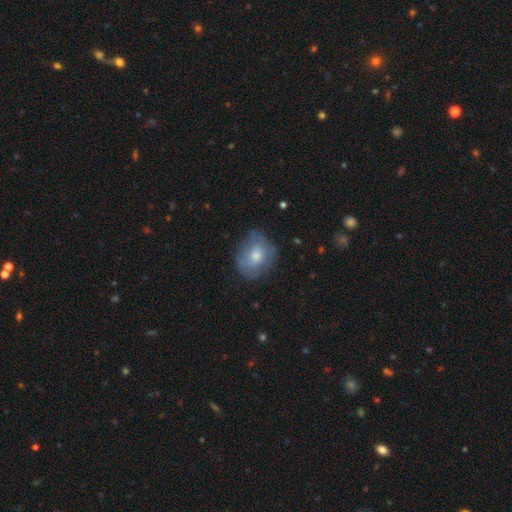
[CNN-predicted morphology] smooth_or_featured: smooth (p=0.61) [alt: featured or disk p=0.31]
how_rounded: round (p=0.58) [alt: in between p=0.41]
merging: none (p=0.60) [alt: minor disturbance p=0.27]